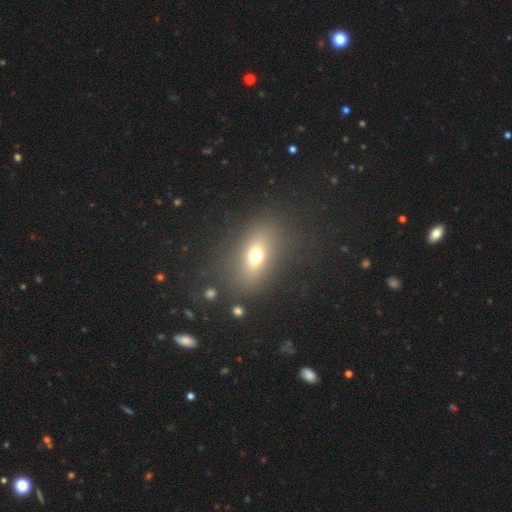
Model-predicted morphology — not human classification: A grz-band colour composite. It shows a smooth galaxy with no disk features (65%) that is in between round and cigar-shaped (71%). Merging: none (81%).